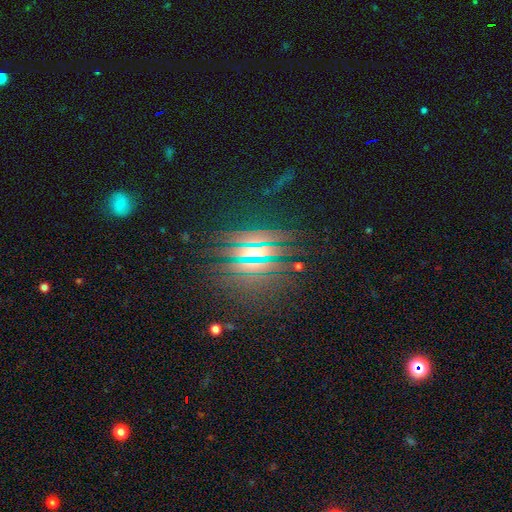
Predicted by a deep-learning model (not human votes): Smooth or featured: star or artifact — 58% (featured or disk — 22%)